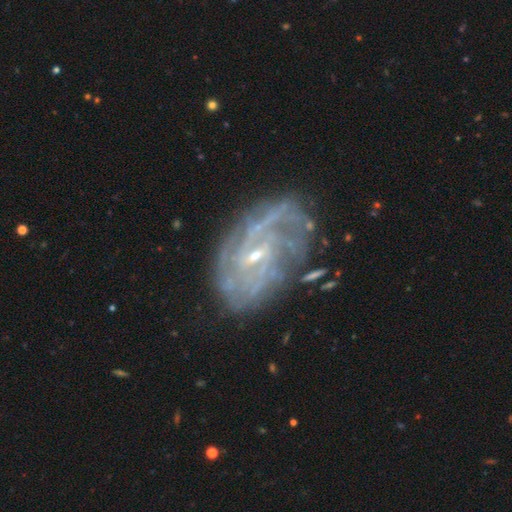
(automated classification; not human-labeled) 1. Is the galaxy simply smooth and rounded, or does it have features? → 86% featured or disk, 7% smooth, 7% star or artifact.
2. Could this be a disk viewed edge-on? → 96% no, 4% yes.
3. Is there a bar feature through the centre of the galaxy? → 53% weak, 31% no, 16% strong.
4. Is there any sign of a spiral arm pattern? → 90% yes, 10% no.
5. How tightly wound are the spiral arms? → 49% tight, 36% medium, 14% loose.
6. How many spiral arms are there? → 39% can't tell, 21% 2, 16% 3, 11% 4, 7% more than 4, 6% 1.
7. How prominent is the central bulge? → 75% small, 20% moderate, 4% none, 1% large, 1% dominant.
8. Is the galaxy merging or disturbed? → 59% none, 22% minor disturbance, 16% major disturbance, 3% merger.